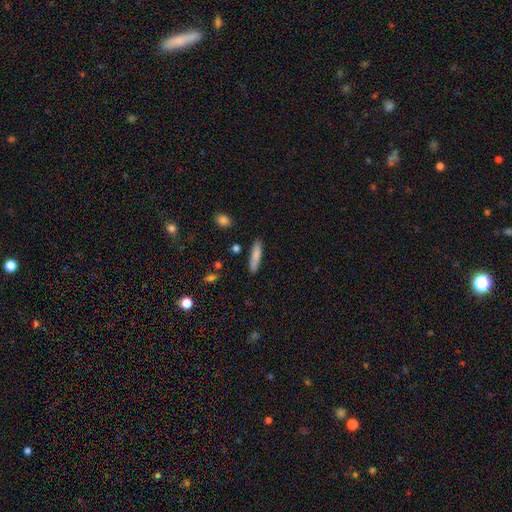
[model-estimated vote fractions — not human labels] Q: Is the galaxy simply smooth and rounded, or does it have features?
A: smooth — 82%.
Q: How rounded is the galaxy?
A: cigar-shaped — 85%.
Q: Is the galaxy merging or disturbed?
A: none — 86%.